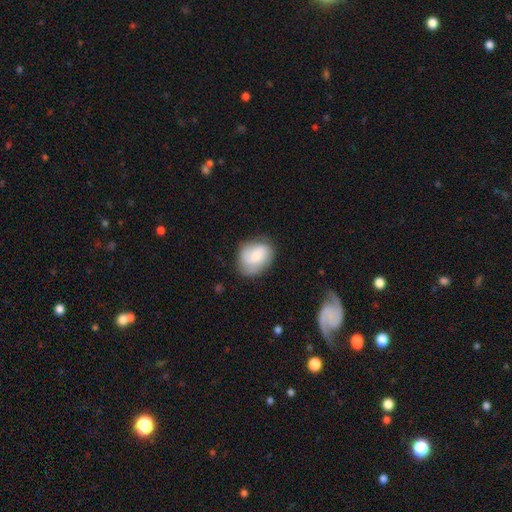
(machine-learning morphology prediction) Smooth or featured? smooth (62%)
How rounded? in between (58%)
Merging? none (68%)